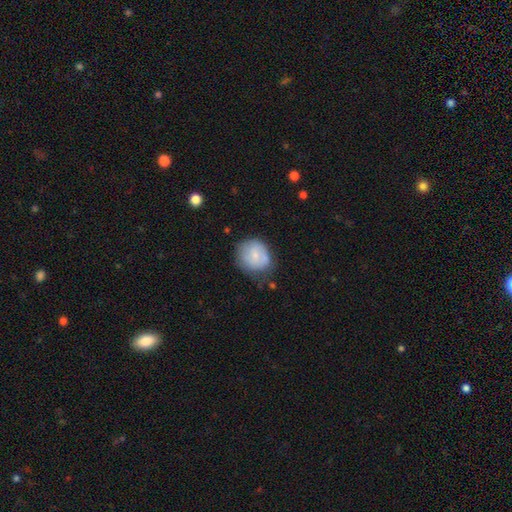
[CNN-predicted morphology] type=smooth (68%); roundness=round (81%); merging=none (60%).